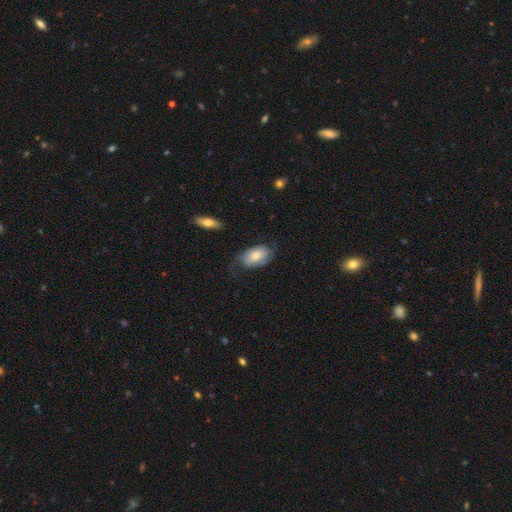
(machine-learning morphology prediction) The model was most divided on "smooth or featured": smooth: 53%, featured or disk: 40%, star or artifact: 7%. Remaining: how rounded — in between (90%); merging — none (48%).